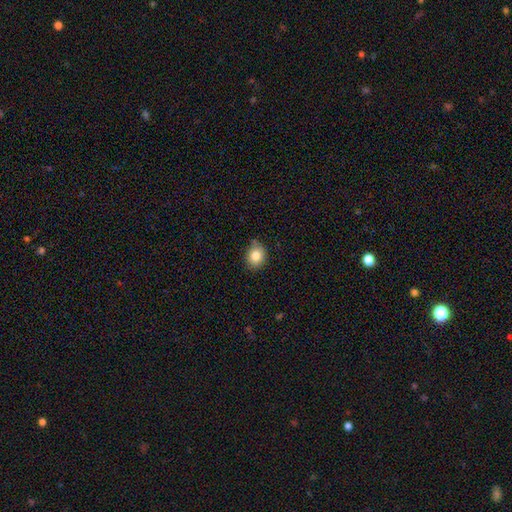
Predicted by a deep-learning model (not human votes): The model was most divided on "how rounded": round: 60%, in between: 39%, cigar-shaped: 1%. More confident: smooth or featured — smooth (82%); merging — none (76%).